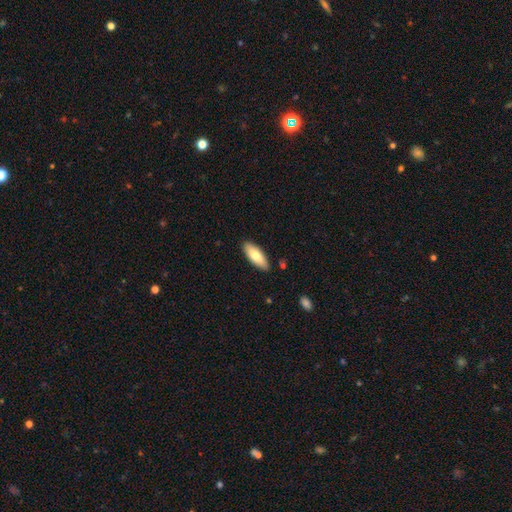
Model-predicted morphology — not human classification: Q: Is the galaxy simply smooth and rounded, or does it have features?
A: smooth — 75%.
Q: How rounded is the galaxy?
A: in between — 72%.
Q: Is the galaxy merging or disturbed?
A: none — 88%.